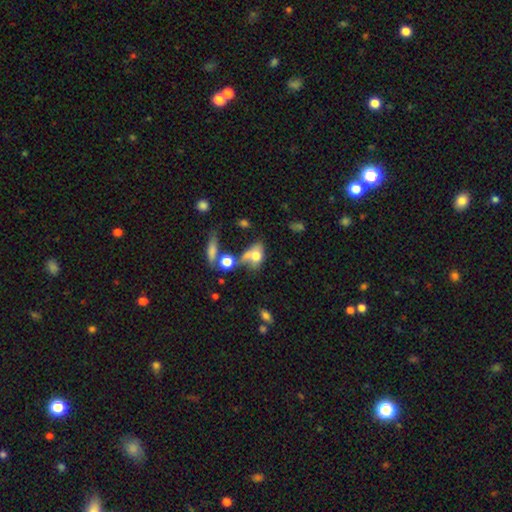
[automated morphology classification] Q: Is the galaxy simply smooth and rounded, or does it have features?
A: smooth — 68%.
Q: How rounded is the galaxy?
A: in between — 72%.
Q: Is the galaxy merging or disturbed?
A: merger — 43%.